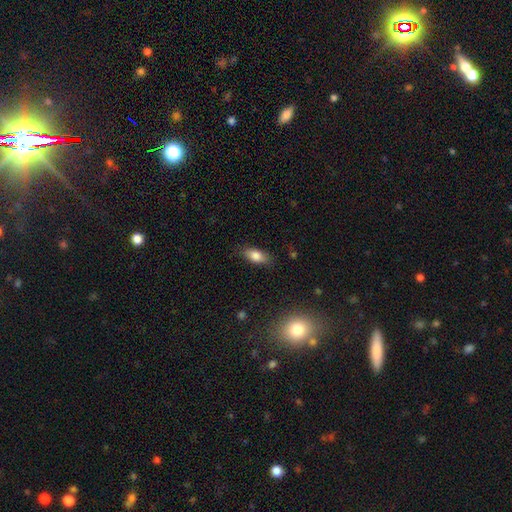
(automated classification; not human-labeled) smooth 82%, featured or disk 10%, star or artifact 8%. Down the decision tree: how rounded — in between (85%); merging — none (83%).